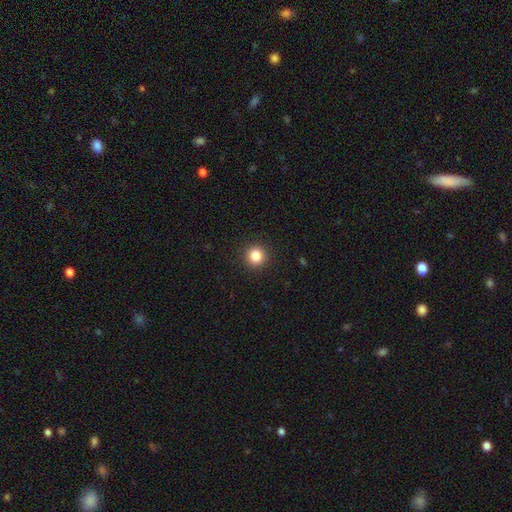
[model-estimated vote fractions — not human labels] smooth-or-featured: smooth: 84% | star or artifact: 12% | featured or disk: 5%
  how-rounded: round: 94% | in between: 5% | cigar-shaped: 1%
  merging: none: 93% | minor disturbance: 5% | major disturbance: 2% | merger: 1%